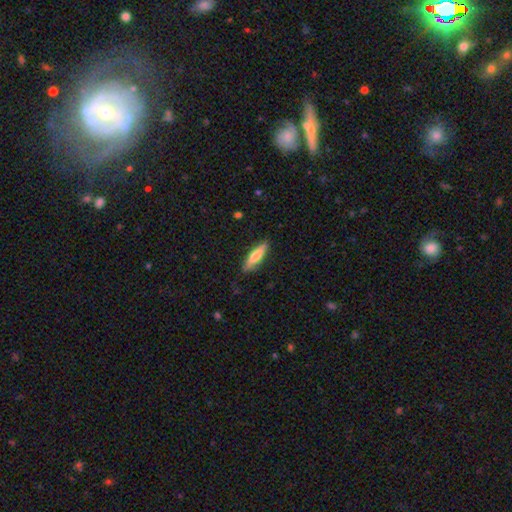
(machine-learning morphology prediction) A smooth galaxy with no disk features (66%) that is cigar-shaped (72%).

Vote fractions:
- Smooth or featured? smooth: 66% / featured or disk: 29% / star or artifact: 6%
- How rounded? cigar-shaped: 72% / in between: 26% / round: 2%
- Merging? none: 86% / minor disturbance: 11% / major disturbance: 2% / merger: 1%